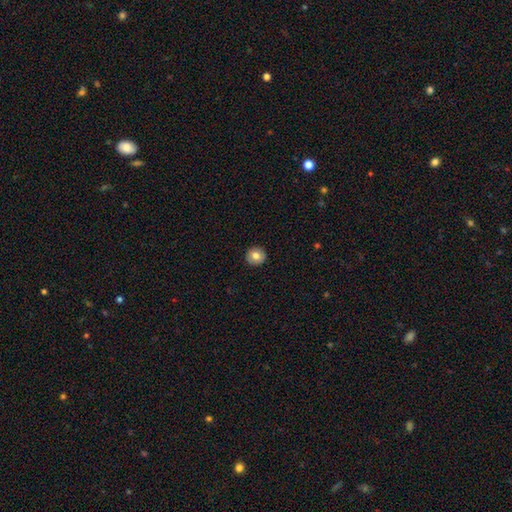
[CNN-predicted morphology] Smooth or featured? smooth (77%)
How rounded? round (94%)
Merging? none (92%)